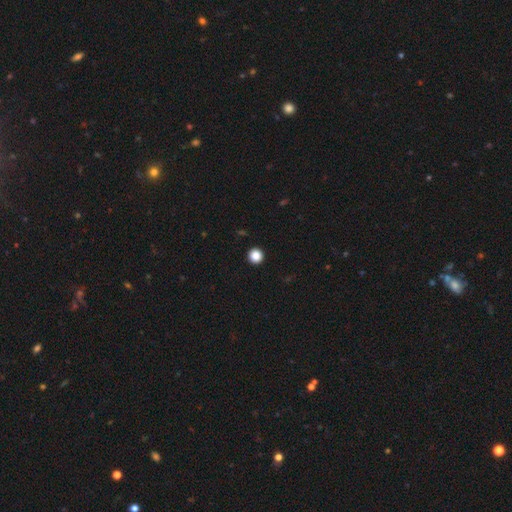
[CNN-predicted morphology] A smooth galaxy with no disk features (87%) that is round (95%).

Vote fractions:
- Smooth or featured? smooth: 87% / star or artifact: 10% / featured or disk: 2%
- How rounded? round: 95% / in between: 4% / cigar-shaped: 1%
- Merging? none: 94% / minor disturbance: 4% / major disturbance: 1% / merger: 1%